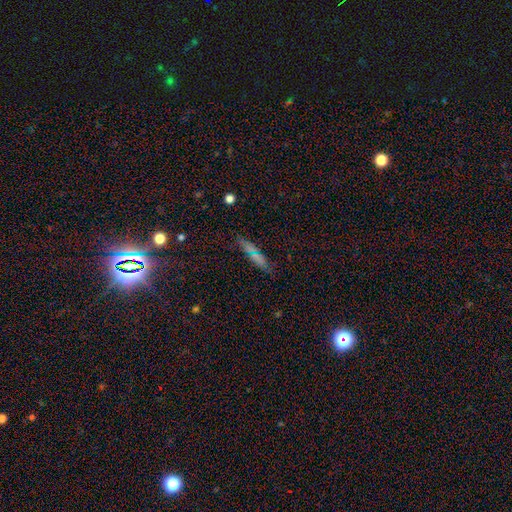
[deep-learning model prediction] Smooth or featured: smooth — 55% (featured or disk — 25%)
How rounded: cigar-shaped — 80% (in between — 16%)
Merging: none — 78% (minor disturbance — 14%)